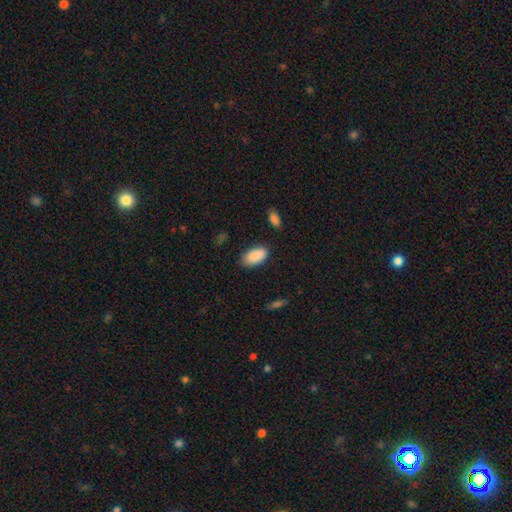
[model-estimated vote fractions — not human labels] smooth_or_featured: smooth (p=0.90) [alt: star or artifact p=0.07]
how_rounded: in between (p=0.94) [alt: cigar-shaped p=0.03]
merging: none (p=0.81) [alt: minor disturbance p=0.14]